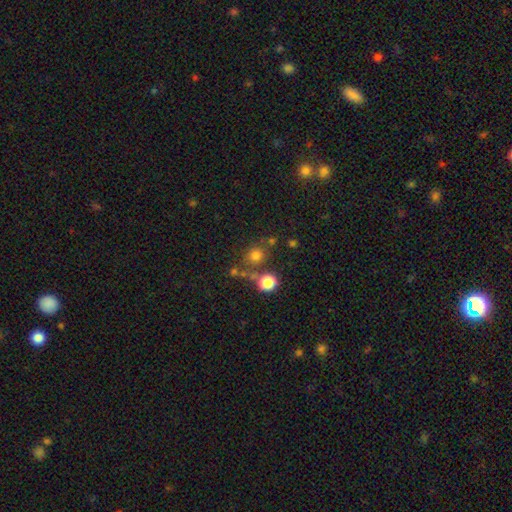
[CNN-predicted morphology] smooth_or_featured: smooth (p=0.72) [alt: star or artifact p=0.19]
how_rounded: round (p=0.82) [alt: in between p=0.17]
merging: none (p=0.64) [alt: merger p=0.18]